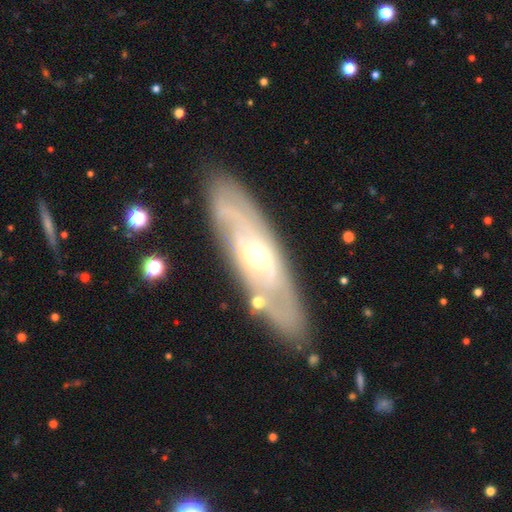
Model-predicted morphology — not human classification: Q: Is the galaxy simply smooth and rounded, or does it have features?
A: featured or disk — 76%.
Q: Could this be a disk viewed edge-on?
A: no — 75%.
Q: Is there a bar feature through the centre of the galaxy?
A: no — 58%.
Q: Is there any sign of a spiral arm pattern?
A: yes — 76%.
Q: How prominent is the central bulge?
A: moderate — 49%.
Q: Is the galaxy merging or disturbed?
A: none — 82%.